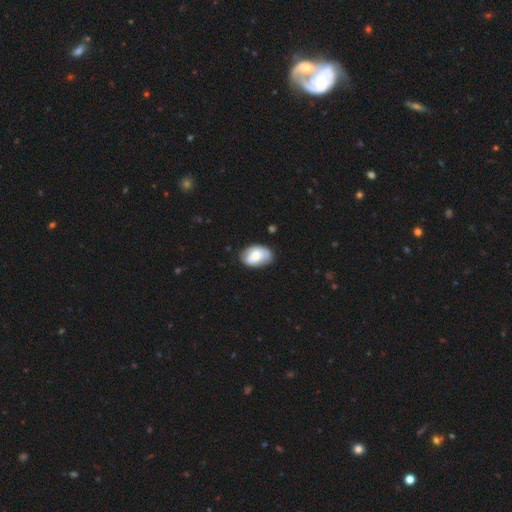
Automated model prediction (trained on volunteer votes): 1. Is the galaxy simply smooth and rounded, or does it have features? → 64% smooth, 30% featured or disk, 7% star or artifact.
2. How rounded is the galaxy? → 85% in between, 14% round, 1% cigar-shaped.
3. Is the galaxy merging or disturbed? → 69% none, 24% minor disturbance, 5% major disturbance, 2% merger.